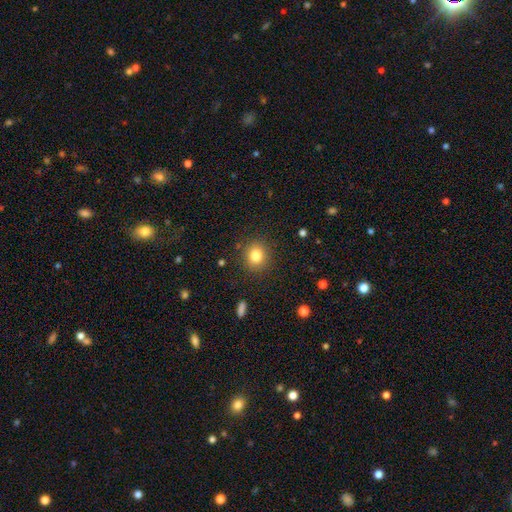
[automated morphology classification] Smooth or featured? smooth (81%)
How rounded? round (81%)
Merging? none (88%)